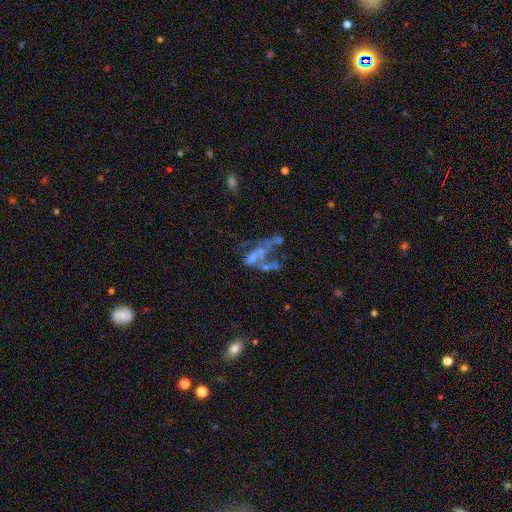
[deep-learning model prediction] featured or disk 61%, smooth 22%, star or artifact 16%. Down the decision tree: edge-on disk — no (96%); bar — no (85%); spiral arms — no (87%); bulge size — none (60%); merging — merger (37%).